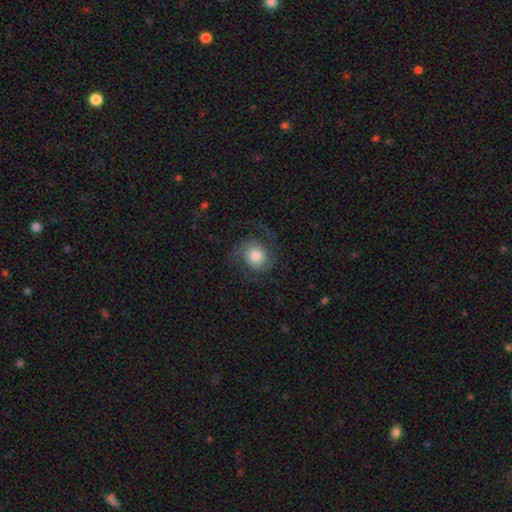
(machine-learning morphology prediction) Smooth or featured: featured or disk — 75% (smooth — 18%)
Edge-on disk: no — 98% (yes — 2%)
Bar: no — 76% (weak — 20%)
Spiral arms: yes — 96% (no — 4%)
Spiral winding: medium — 47% (tight — 27%)
Spiral arm count: 2 — 88% (can't tell — 3%)
Bulge size: moderate — 49% (large — 34%)
Merging: none — 74% (minor disturbance — 14%)